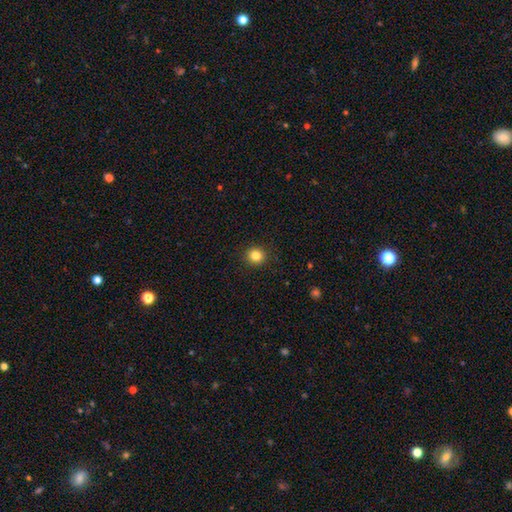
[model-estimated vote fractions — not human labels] Q: Smooth or featured?
A: smooth (83%); runner-up: star or artifact (12%)
Q: How rounded?
A: round (92%); runner-up: in between (8%)
Q: Merging?
A: none (92%); runner-up: minor disturbance (5%)